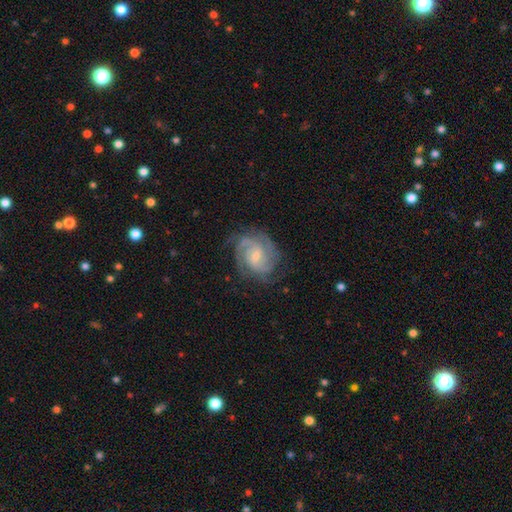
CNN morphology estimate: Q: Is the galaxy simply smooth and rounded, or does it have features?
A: featured or disk — 87%.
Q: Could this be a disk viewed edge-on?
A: no — 98%.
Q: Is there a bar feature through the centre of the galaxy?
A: weak — 48%.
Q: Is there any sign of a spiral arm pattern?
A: yes — 97%.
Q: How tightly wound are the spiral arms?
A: tight — 62%.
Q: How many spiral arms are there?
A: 2 — 30%, tied with 3.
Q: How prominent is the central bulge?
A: small — 62%.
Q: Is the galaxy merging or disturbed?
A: none — 74%.